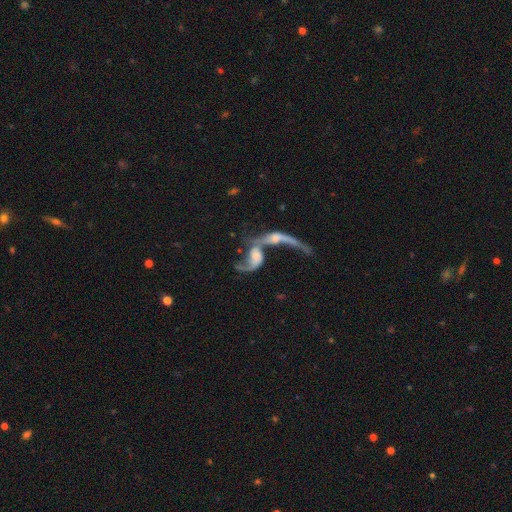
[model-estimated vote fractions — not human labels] A featured or disk galaxy (74%) with no bar (60%), 2 (72%) loose (83%) spiral arms (83%) and no central bulge (30%). Merging: merger (72%).